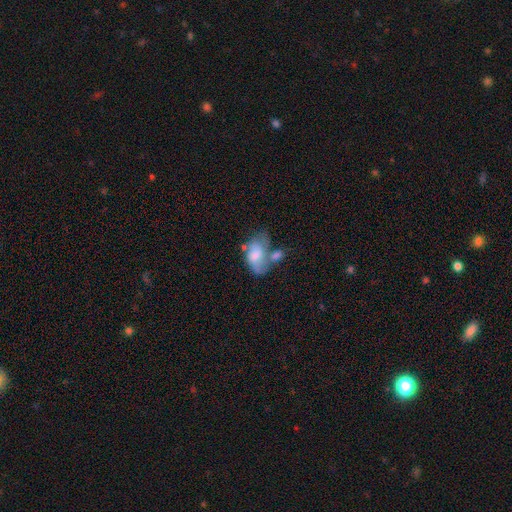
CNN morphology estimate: smooth_or_featured: smooth (p=0.59) [alt: featured or disk p=0.34]
how_rounded: in between (p=0.90) [alt: round p=0.09]
merging: merger (p=0.37) [alt: none p=0.25]